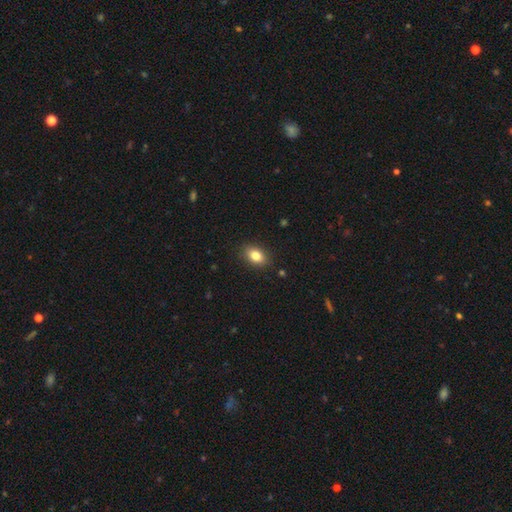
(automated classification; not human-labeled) Overall: smooth (82%). How rounded: in between (83%). Merging: none (88%).